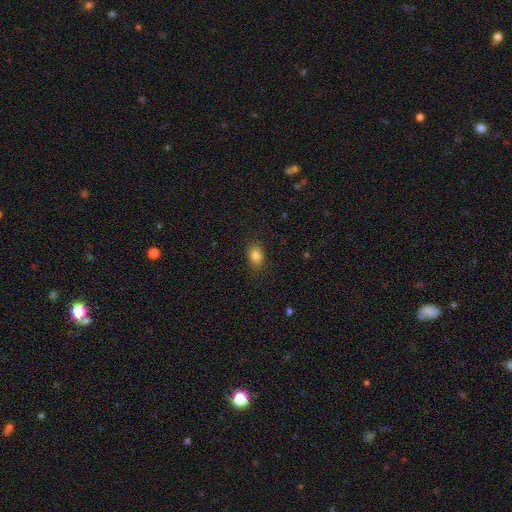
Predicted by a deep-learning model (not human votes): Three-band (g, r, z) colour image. It shows a smooth galaxy with no disk features (83%) that is in between round and cigar-shaped (74%). Merging: none (86%).